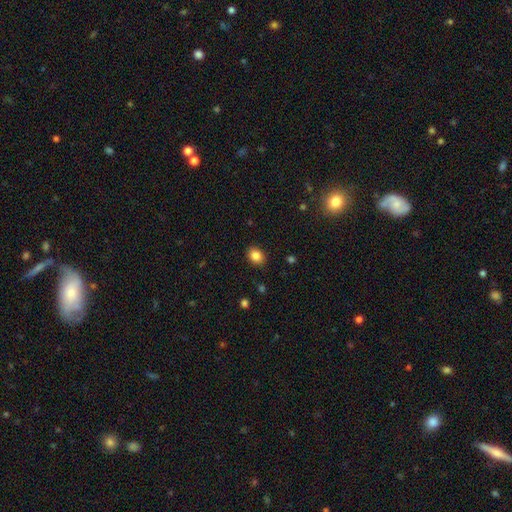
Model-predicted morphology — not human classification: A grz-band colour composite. It shows a smooth galaxy with no disk features (85%) that is in between round and cigar-shaped (57%). Merging: none (89%).